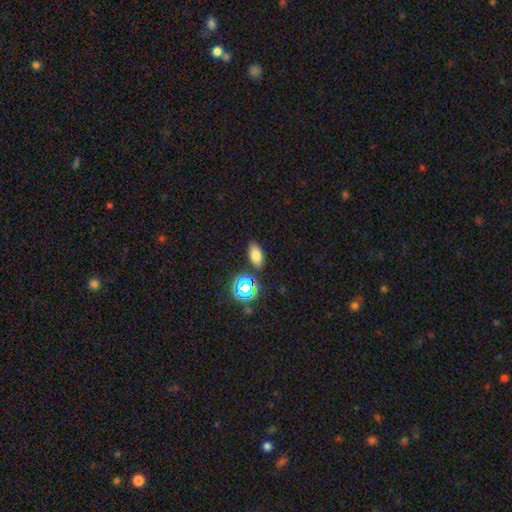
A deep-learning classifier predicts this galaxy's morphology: smooth-or-featured: smooth: 74% | star or artifact: 18% | featured or disk: 8%
  how-rounded: in between: 88% | round: 8% | cigar-shaped: 3%
  merging: none: 83% | minor disturbance: 11% | merger: 4% | major disturbance: 3%